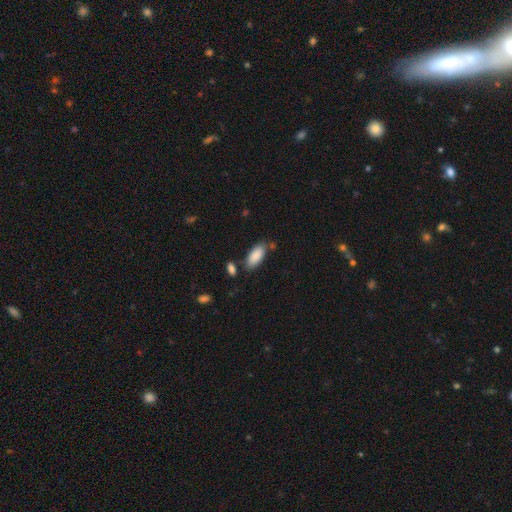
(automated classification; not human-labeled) The model was most divided on "merging": none: 73%, minor disturbance: 15%, merger: 9%, major disturbance: 4%. More confident: smooth or featured — smooth (89%); how rounded — in between (86%).